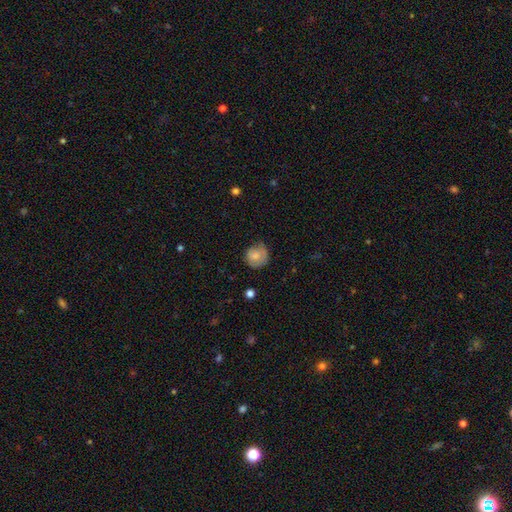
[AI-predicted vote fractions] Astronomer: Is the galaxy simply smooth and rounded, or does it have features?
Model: smooth — 76%.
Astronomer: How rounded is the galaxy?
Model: round — 85%.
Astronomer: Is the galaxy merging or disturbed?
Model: none — 59%.